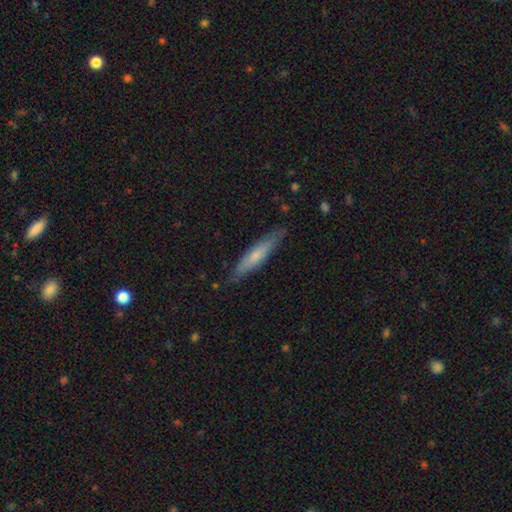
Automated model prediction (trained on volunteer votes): Morphology: type=smooth (60%); roundness=cigar-shaped (89%); merging=none (83%).